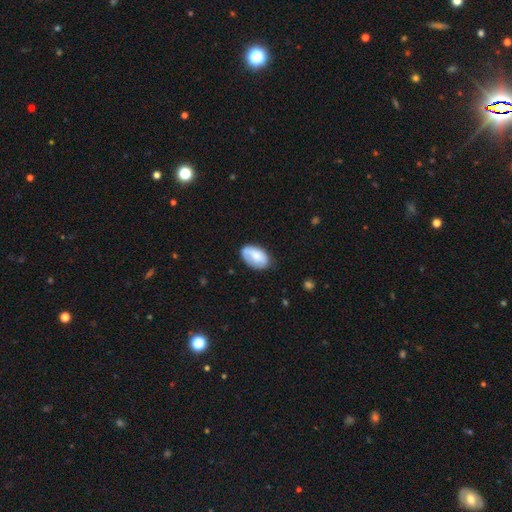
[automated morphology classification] Smooth or featured? Predicted: smooth (p=0.70). How rounded? Predicted: in between (p=0.92). Merging? Predicted: none (p=0.62).